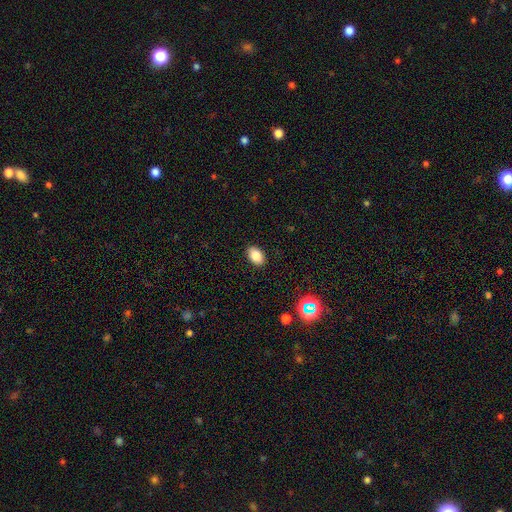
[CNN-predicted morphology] Smooth or featured? smooth (85%)
How rounded? in between (89%)
Merging? none (90%)